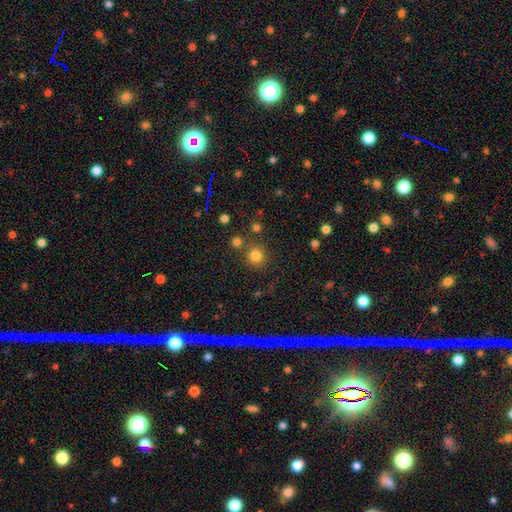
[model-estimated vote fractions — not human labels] This appears to be a smooth galaxy with no disk features (80%) that is round (91%). Merging: none (78%).